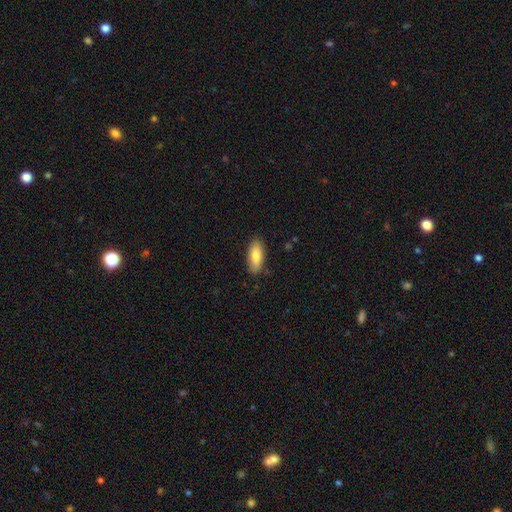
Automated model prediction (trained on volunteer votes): The model was most divided on "how rounded": in between: 76%, cigar-shaped: 22%, round: 2%. More confident: merging — none (83%); smooth or featured — smooth (80%).